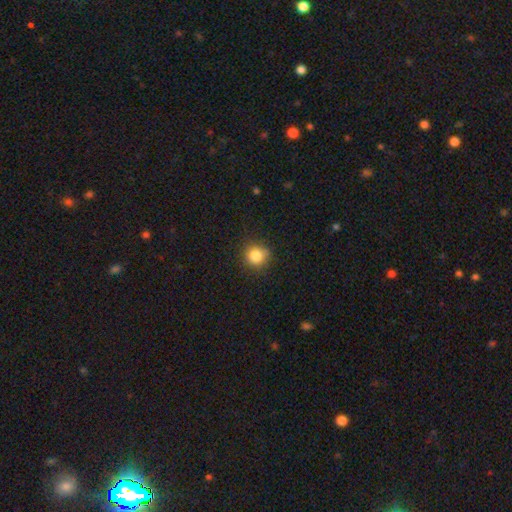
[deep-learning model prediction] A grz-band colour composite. It shows a smooth galaxy with no disk features (84%) that is round (91%). Merging: none (82%).